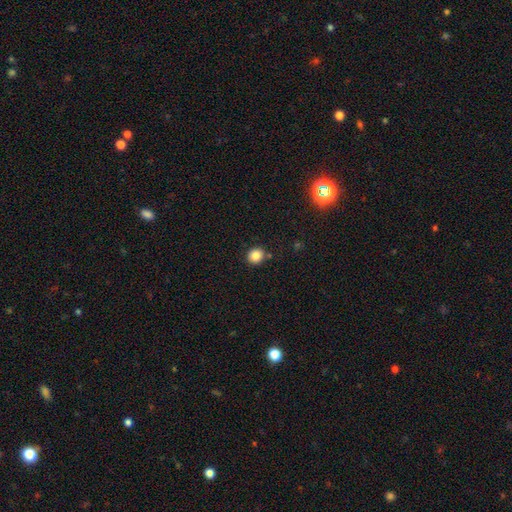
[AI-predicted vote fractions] Smooth or featured? smooth (84%)
How rounded? round (87%)
Merging? none (85%)